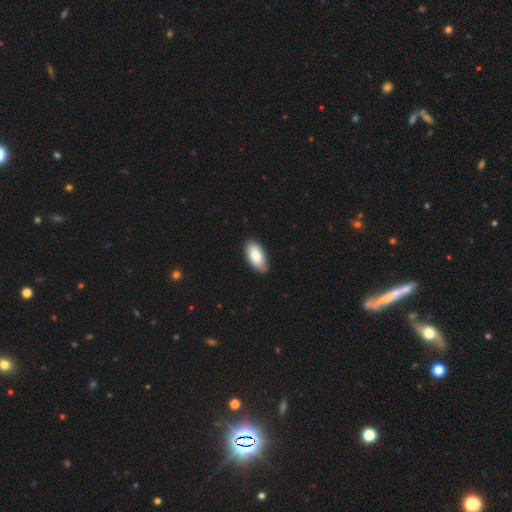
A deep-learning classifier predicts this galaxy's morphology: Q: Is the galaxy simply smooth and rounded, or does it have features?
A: smooth — 79%.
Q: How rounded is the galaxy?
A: in between — 94%.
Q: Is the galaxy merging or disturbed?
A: none — 80%.